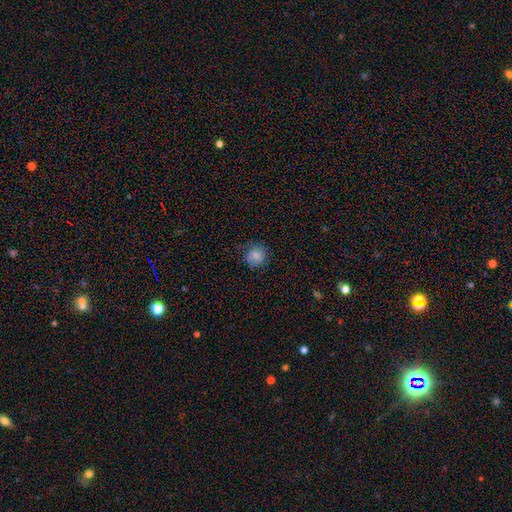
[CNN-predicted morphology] A smooth galaxy with no disk features (81%) that is round (84%). Merging: none (74%).